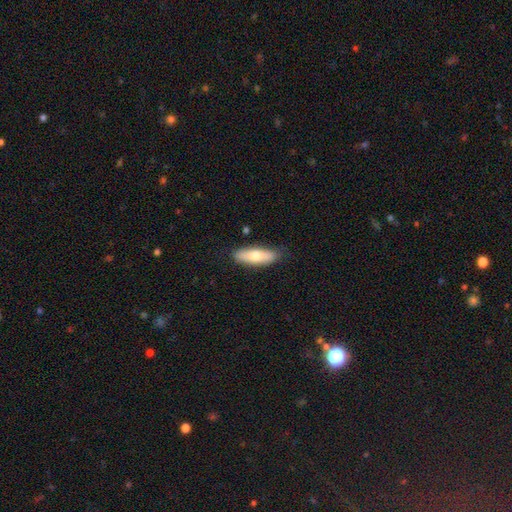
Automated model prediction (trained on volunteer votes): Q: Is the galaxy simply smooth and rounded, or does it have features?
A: smooth — 70%.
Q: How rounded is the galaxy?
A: in between — 57%.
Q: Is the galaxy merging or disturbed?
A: none — 82%.